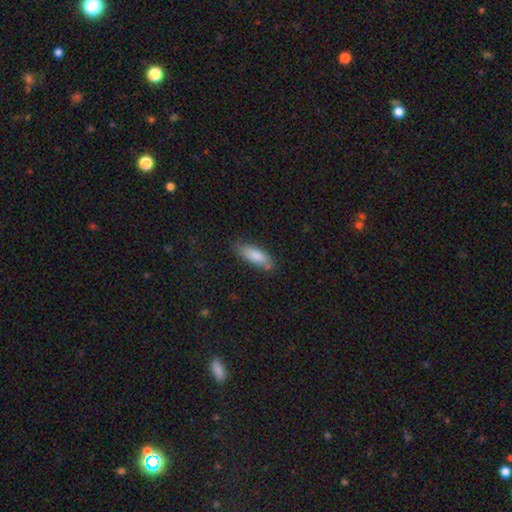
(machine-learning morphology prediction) The model was most divided on "how rounded": in between: 68%, cigar-shaped: 31%, round: 2%. More confident: smooth or featured — smooth (85%); merging — none (76%).